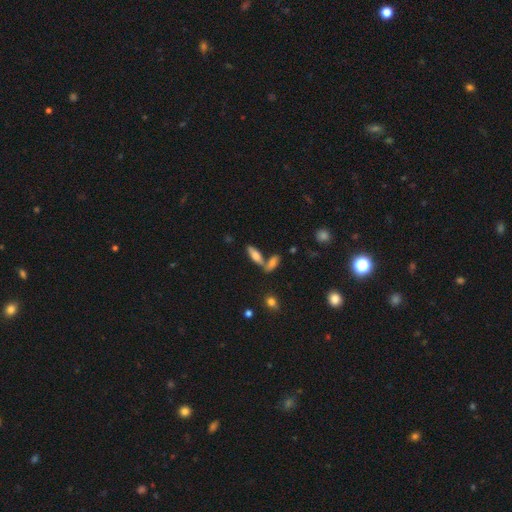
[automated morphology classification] Smooth or featured: smooth — 61% (featured or disk — 30%)
How rounded: in between — 58% (cigar-shaped — 39%)
Merging: none — 54% (merger — 32%)